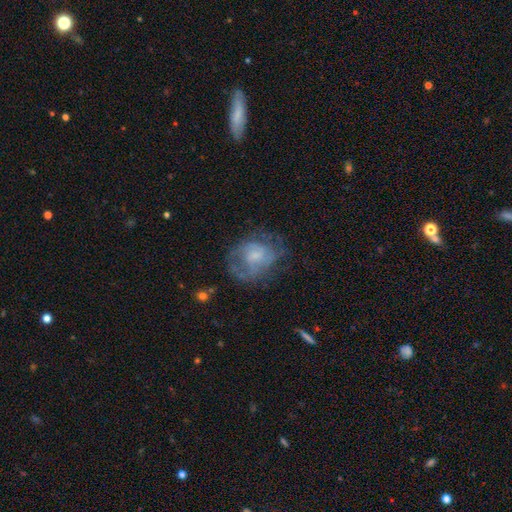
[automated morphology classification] Q: Smooth or featured?
A: featured or disk (58%); runner-up: smooth (32%)
Q: Edge-on disk?
A: no (97%); runner-up: yes (3%)
Q: Bar?
A: no (65%); runner-up: weak (31%)
Q: Spiral arms?
A: yes (62%); runner-up: no (38%)
Q: Bulge size?
A: small (41%); runner-up: moderate (30%)
Q: Merging?
A: none (50%); runner-up: major disturbance (24%)